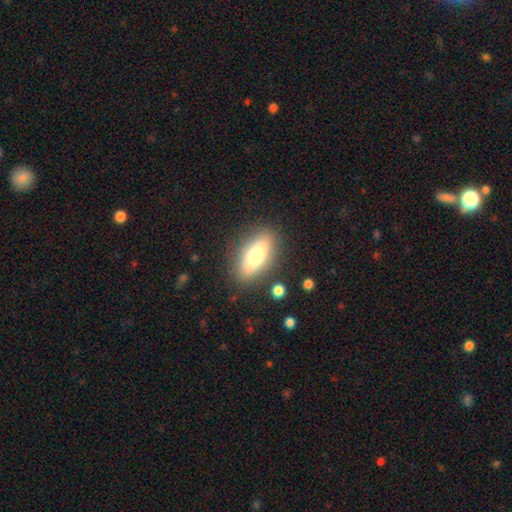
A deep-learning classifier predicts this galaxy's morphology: This appears to be a smooth galaxy with no disk features (68%) that is in between round and cigar-shaped (70%). Merging: none (83%).